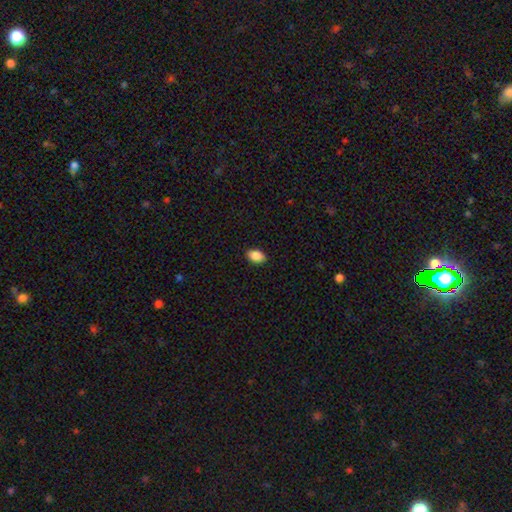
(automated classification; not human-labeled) Q: Smooth or featured?
A: smooth (88%); runner-up: star or artifact (8%)
Q: How rounded?
A: in between (88%); runner-up: round (11%)
Q: Merging?
A: none (90%); runner-up: minor disturbance (8%)